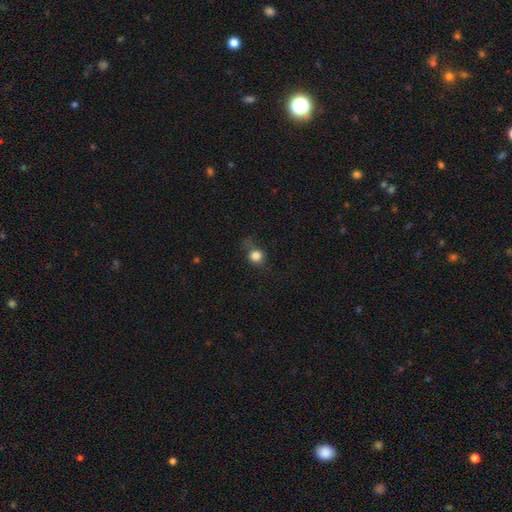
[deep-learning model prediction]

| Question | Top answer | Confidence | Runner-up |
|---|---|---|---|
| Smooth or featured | smooth | 78% | star or artifact (13%) |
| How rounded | round | 84% | in between (14%) |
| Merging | none | 62% | minor disturbance (23%) |